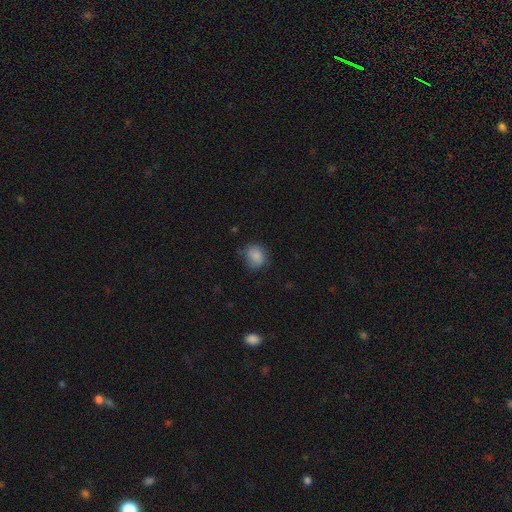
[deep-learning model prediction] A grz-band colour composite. It shows a smooth galaxy with no disk features (84%) that is round (66%). Merging: none (69%).